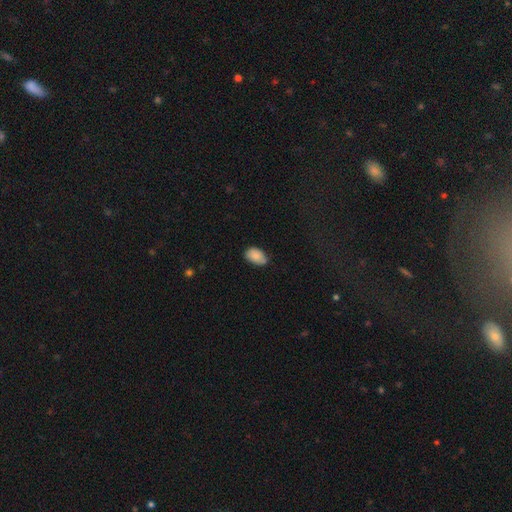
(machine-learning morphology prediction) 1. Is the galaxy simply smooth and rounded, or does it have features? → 86% smooth, 7% star or artifact, 6% featured or disk.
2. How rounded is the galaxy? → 90% in between, 9% round, 1% cigar-shaped.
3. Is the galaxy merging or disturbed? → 66% none, 28% minor disturbance, 4% major disturbance, 2% merger.